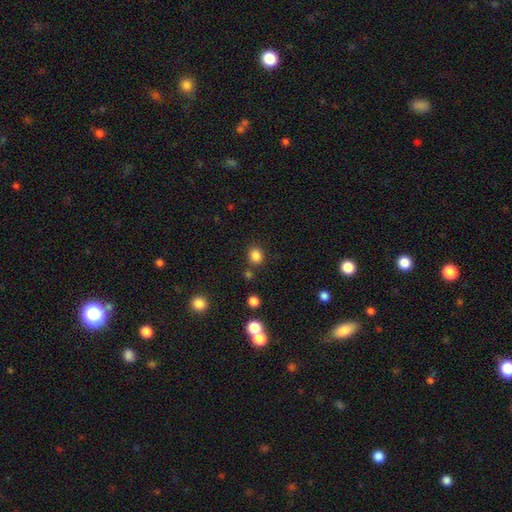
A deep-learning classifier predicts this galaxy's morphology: type=smooth (84%); roundness=round (71%); merging=none (79%).